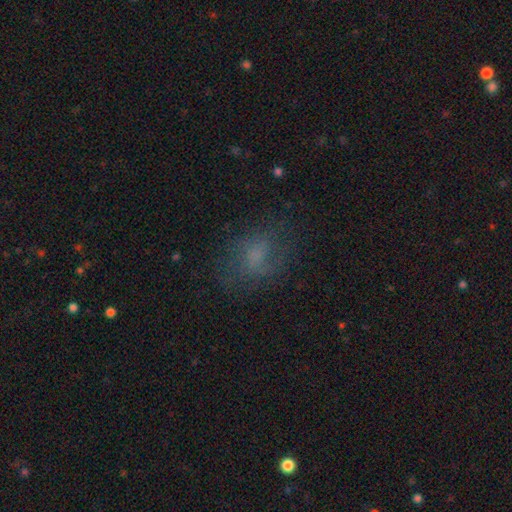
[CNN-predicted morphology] Smooth or featured?
  - smooth: 53% *
  - featured or disk: 30%
  - star or artifact: 16%
How rounded?
  - in between: 66% *
  - round: 31%
  - cigar-shaped: 2%
Merging?
  - none: 61% *
  - minor disturbance: 21%
  - major disturbance: 17%
  - merger: 2%